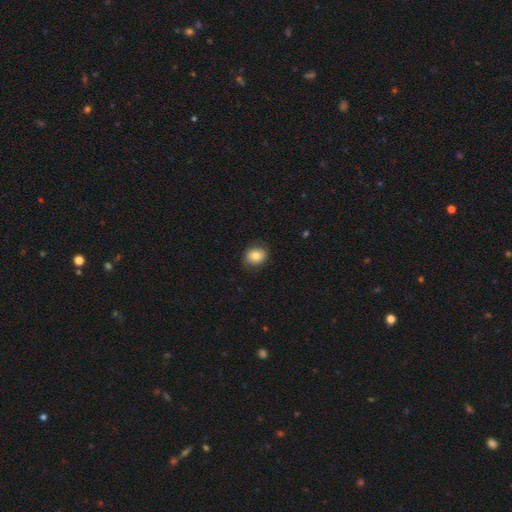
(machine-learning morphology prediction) A smooth galaxy with no disk features (80%) that is round (55%). Merging: none (82%).